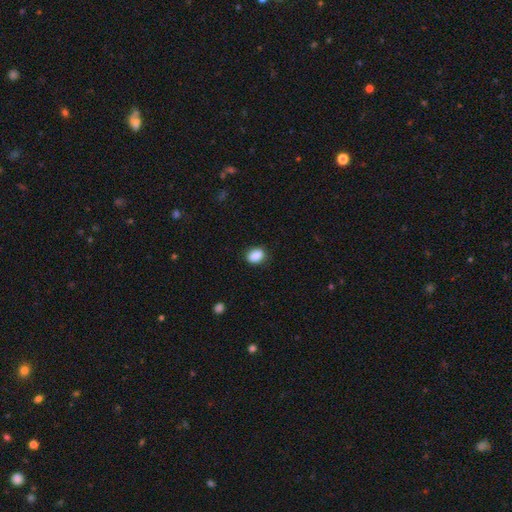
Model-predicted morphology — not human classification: type=smooth (88%); roundness=in between (70%); merging=none (85%).